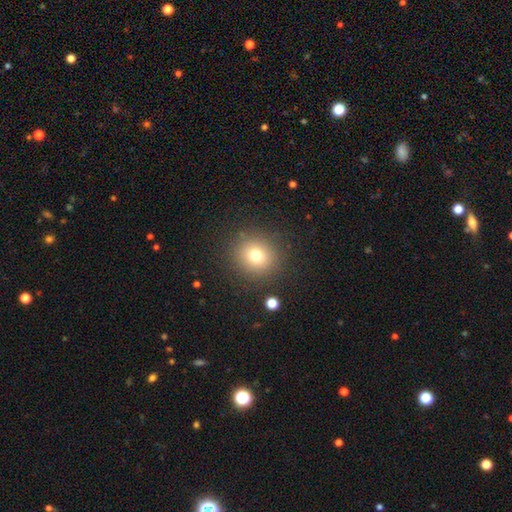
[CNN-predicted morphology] smooth-or-featured: smooth: 75% | star or artifact: 15% | featured or disk: 10%
  how-rounded: round: 89% | in between: 10% | cigar-shaped: 1%
  merging: none: 87% | minor disturbance: 7% | major disturbance: 4% | merger: 2%